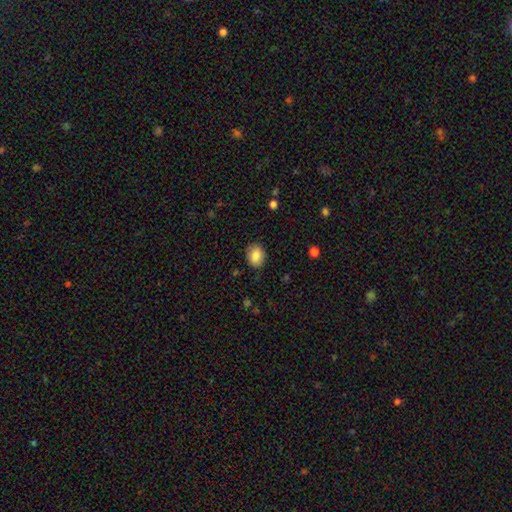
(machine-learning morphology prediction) Smooth or featured? smooth (86%)
How rounded? in between (61%)
Merging? none (86%)